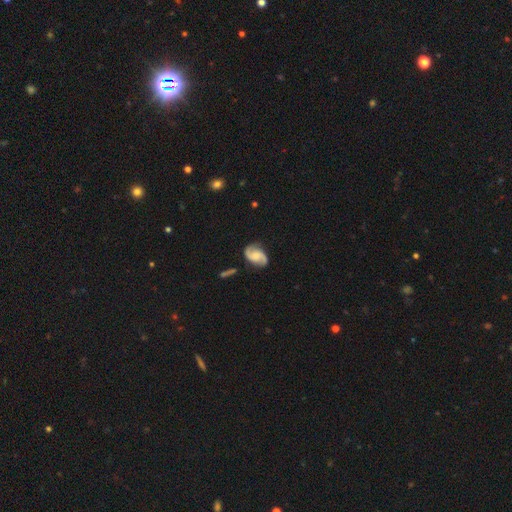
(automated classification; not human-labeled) The model was most divided on "bulge size": none: 32%, moderate: 29%, small: 27%, large: 10%, dominant: 2%. Remaining: edge-on disk — no (98%); spiral arms — yes (97%); spiral arm count — 2 (93%); smooth or featured — featured or disk (82%); merging — none (79%); bar — no (57%); spiral winding — medium (47%).